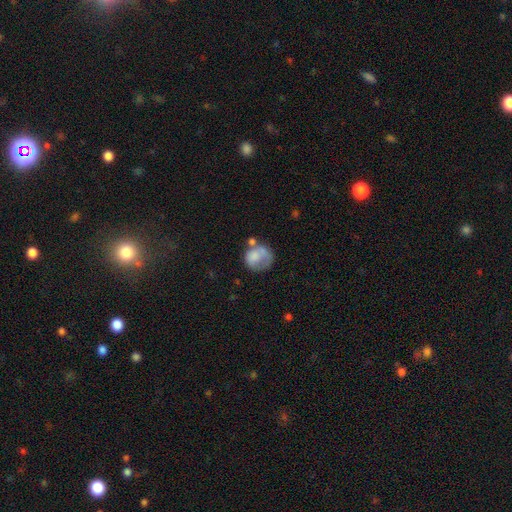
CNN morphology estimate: type=smooth (67%); roundness=round (73%); merging=none (36%).